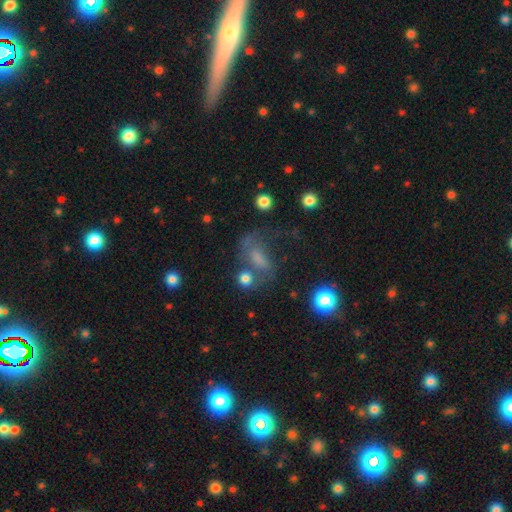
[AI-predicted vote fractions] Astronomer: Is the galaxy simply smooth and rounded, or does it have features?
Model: smooth — 45% (runner-up: featured or disk, 33%).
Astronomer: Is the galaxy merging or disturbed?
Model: none — 36% (runner-up: major disturbance, 31%).